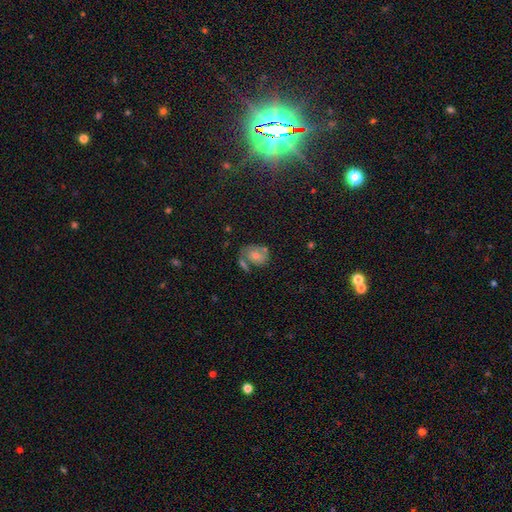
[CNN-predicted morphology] This appears to be a smooth galaxy with no disk features (44%). Merging: none (56%).